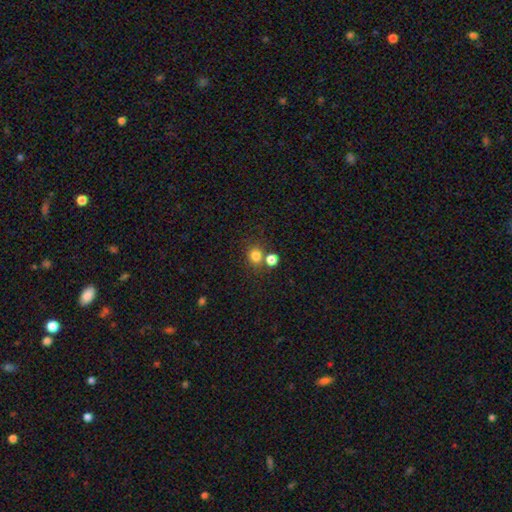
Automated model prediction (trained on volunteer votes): Overall: smooth (80%). How rounded: round (83%). Merging: none (66%).